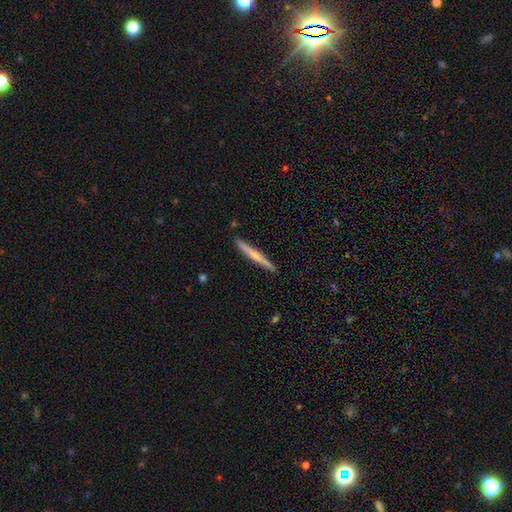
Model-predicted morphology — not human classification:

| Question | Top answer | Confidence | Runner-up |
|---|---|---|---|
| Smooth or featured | smooth | 56% | featured or disk (39%) |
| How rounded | cigar-shaped | 97% | in between (2%) |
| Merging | none | 91% | minor disturbance (7%) |